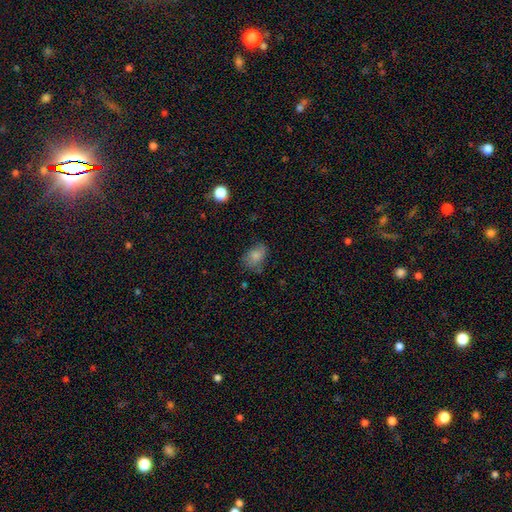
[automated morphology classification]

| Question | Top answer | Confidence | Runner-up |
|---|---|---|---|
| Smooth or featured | smooth | 79% | featured or disk (11%) |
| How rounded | in between | 73% | round (26%) |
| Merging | none | 61% | minor disturbance (28%) |